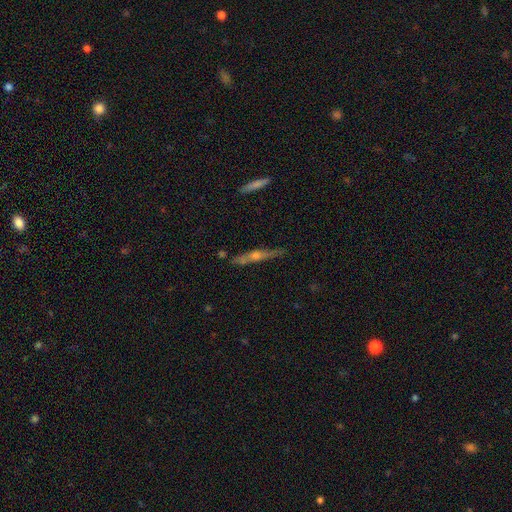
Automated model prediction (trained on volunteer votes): A featured or disk galaxy (70%) viewed edge-on (94%) with a rounded central bulge (84%). Merging: none (81%).